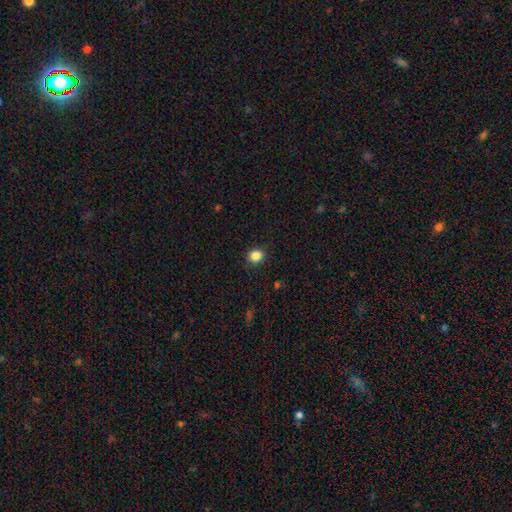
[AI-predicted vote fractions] Morphology: type=smooth (86%); roundness=round (74%); merging=none (90%).